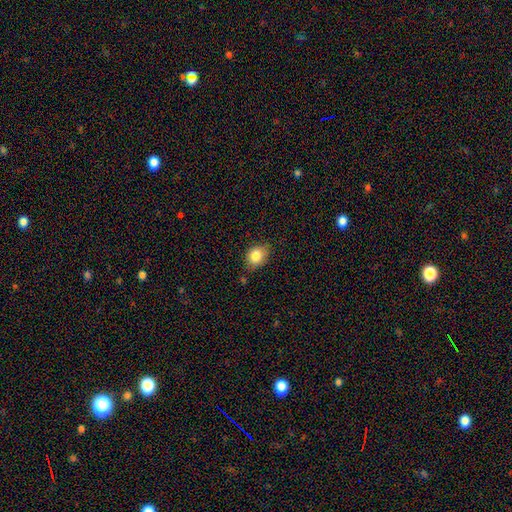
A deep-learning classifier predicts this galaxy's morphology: Q: Smooth or featured?
A: smooth (83%); runner-up: star or artifact (9%)
Q: How rounded?
A: in between (59%); runner-up: round (40%)
Q: Merging?
A: none (74%); runner-up: minor disturbance (20%)